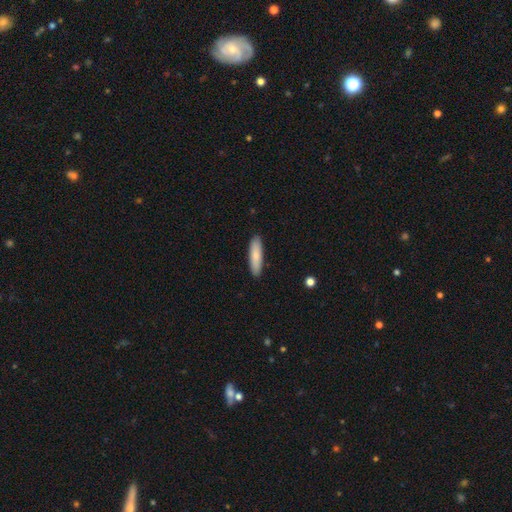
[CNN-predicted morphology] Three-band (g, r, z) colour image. It shows a smooth galaxy with no disk features (81%) that is cigar-shaped (66%). Merging: none (90%).